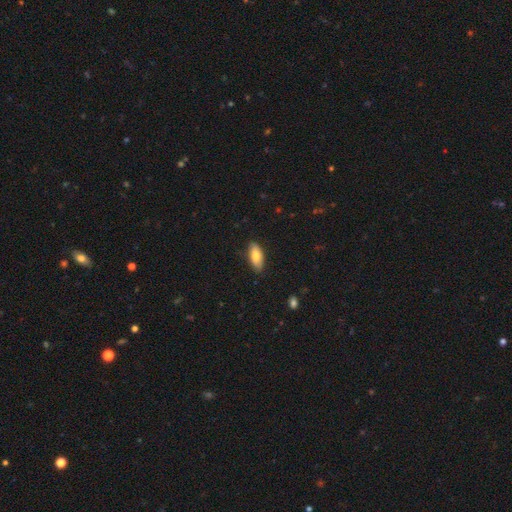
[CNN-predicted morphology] smooth 78%, featured or disk 16%, star or artifact 6%. Down the decision tree: how rounded — in between (81%); merging — none (82%).